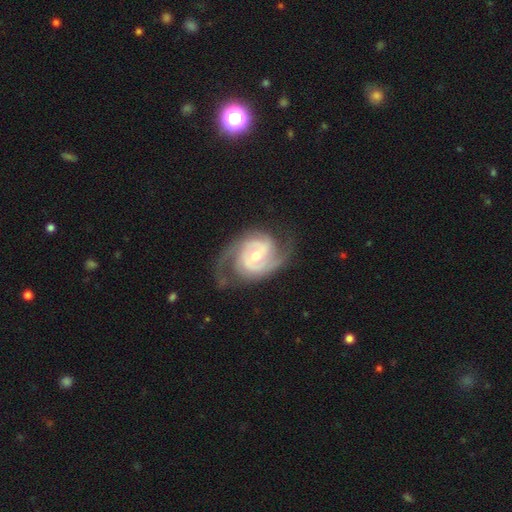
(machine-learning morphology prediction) featured or disk 92%, smooth 4%, star or artifact 4%. Down the decision tree: edge-on disk — no (98%); bar — weak (47%); spiral arms — yes (98%); spiral arm count — 2 (79%); spiral winding — tight (46%); bulge size — moderate (55%); merging — none (72%).